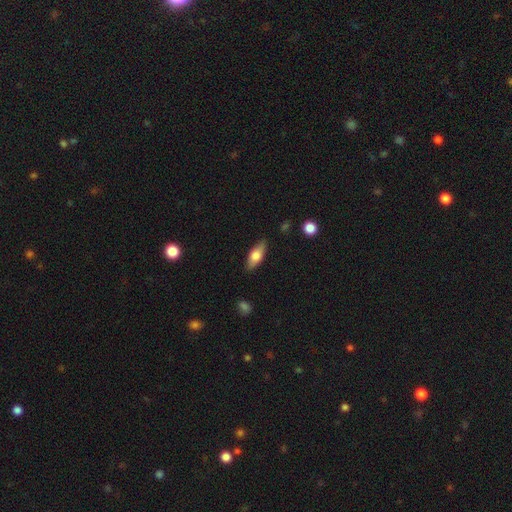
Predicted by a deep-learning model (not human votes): This is likely a smooth galaxy (65%). How rounded: likely in between (74%). Merging: clearly none (84%).